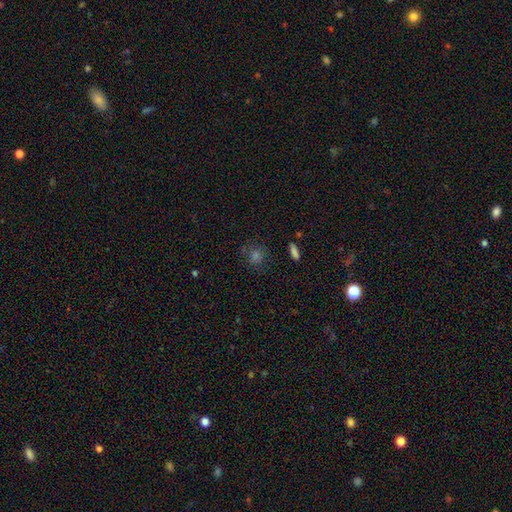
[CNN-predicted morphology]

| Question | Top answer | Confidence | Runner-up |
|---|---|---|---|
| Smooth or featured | smooth | 59% | star or artifact (30%) |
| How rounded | round | 86% | in between (13%) |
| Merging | none | 81% | minor disturbance (12%) |